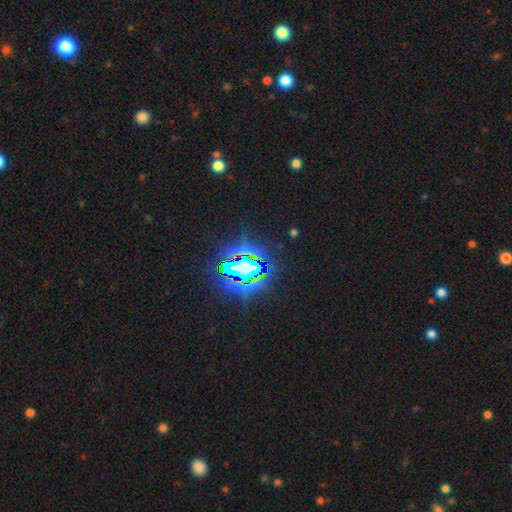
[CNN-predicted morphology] The model was most divided on "smooth or featured": star or artifact: 82%, smooth: 10%, featured or disk: 7%.